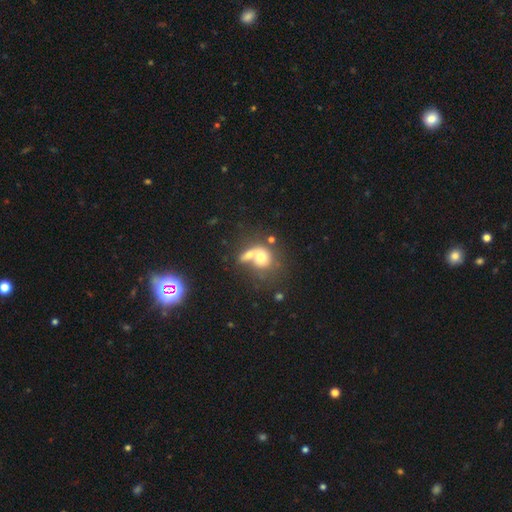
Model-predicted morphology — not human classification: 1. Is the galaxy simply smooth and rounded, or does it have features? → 61% smooth, 26% featured or disk, 13% star or artifact.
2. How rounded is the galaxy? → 60% round, 38% in between, 2% cigar-shaped.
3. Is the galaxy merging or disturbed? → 58% merger, 22% none, 10% major disturbance, 9% minor disturbance.